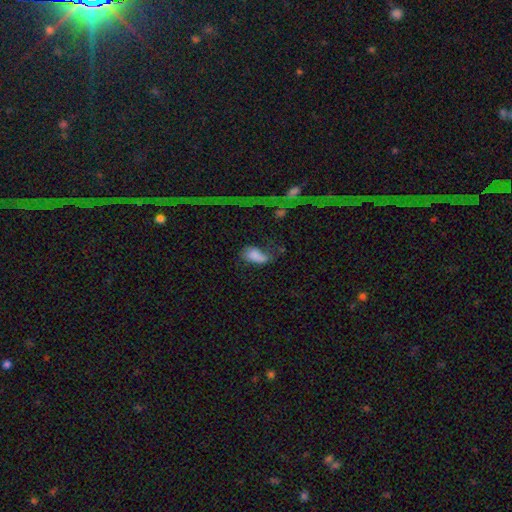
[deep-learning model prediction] This is likely a smooth galaxy (74%). How rounded: clearly in between (91%). Merging: marginally none (35%).